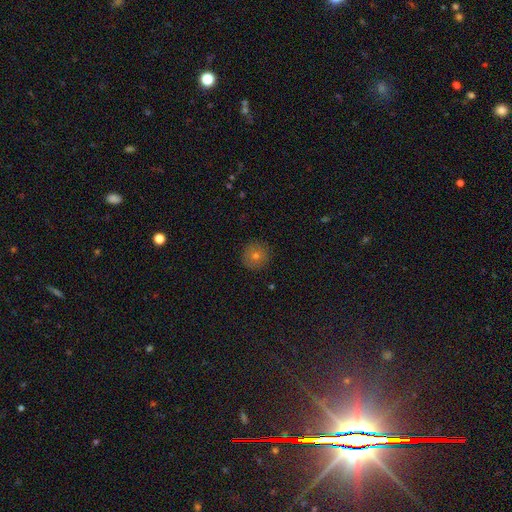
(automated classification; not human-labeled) This appears to be a smooth galaxy with no disk features (67%) that is round (95%). Merging: none (89%).